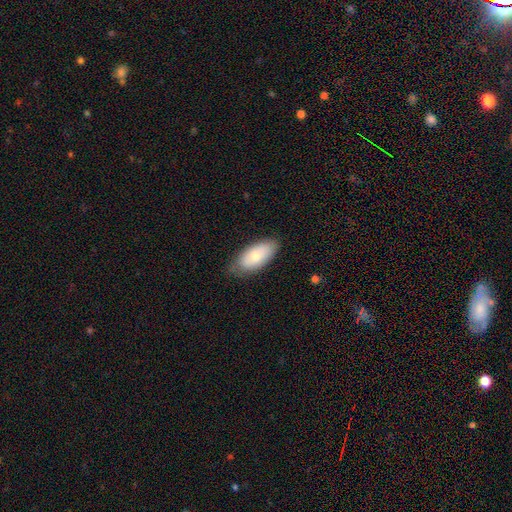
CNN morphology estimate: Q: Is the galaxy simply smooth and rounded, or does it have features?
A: smooth — 72%.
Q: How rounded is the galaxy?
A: in between — 92%.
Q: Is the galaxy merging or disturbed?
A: none — 75%.